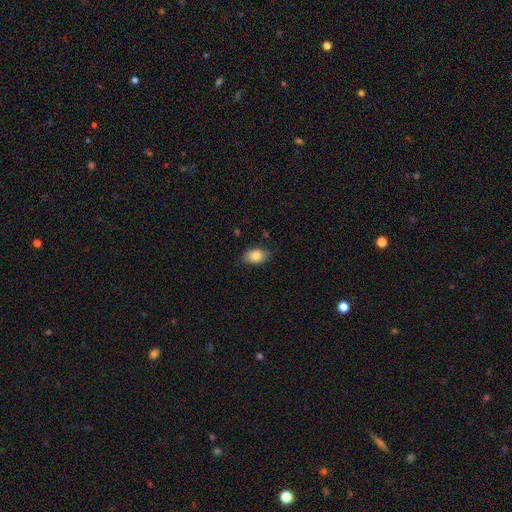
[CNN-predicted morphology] Smooth or featured? smooth (84%)
How rounded? in between (80%)
Merging? none (75%)